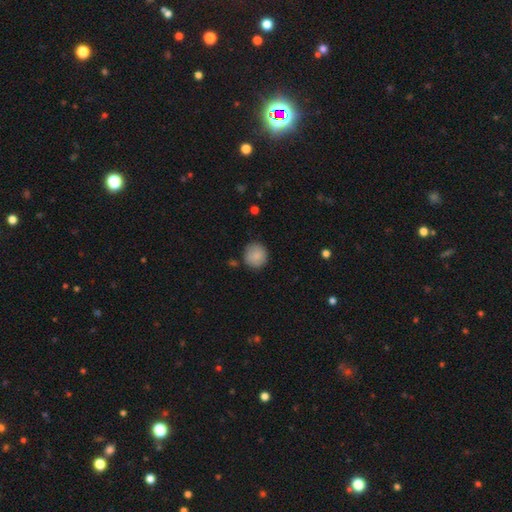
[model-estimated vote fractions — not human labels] Morphology: type=smooth (86%); roundness=round (91%); merging=none (83%).